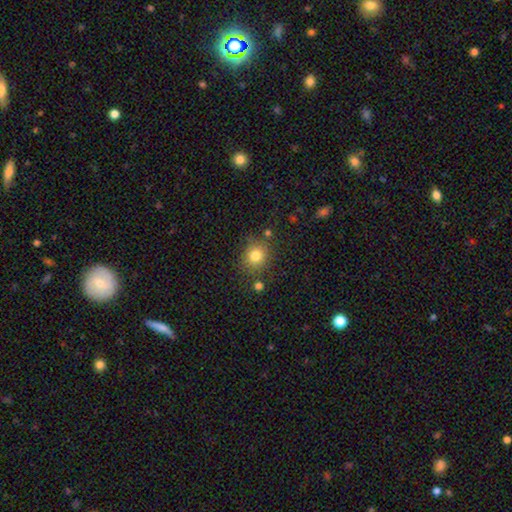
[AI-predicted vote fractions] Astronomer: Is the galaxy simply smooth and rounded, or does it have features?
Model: smooth — 80%.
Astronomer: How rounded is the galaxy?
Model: round — 81%.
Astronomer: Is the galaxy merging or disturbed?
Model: none — 79%.